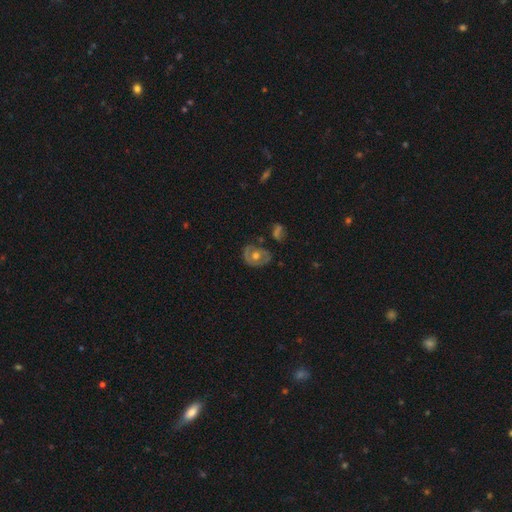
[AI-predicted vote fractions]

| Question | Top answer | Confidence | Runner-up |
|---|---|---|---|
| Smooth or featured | featured or disk | 61% | smooth (32%) |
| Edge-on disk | no | 95% | yes (5%) |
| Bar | no | 85% | weak (12%) |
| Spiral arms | no | 64% | yes (36%) |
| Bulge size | moderate | 77% | large (11%) |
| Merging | none | 68% | minor disturbance (20%) |